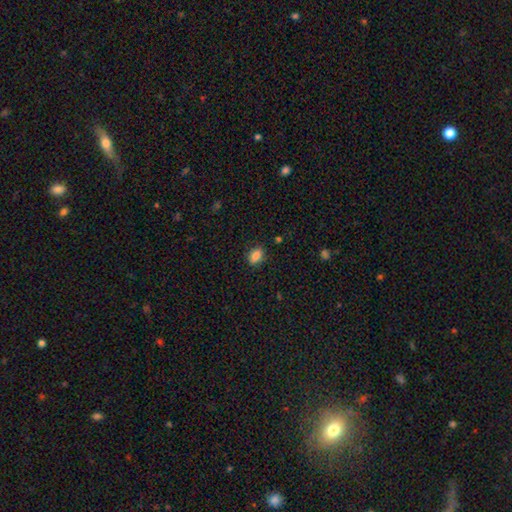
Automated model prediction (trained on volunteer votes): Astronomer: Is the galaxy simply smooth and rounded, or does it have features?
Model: smooth — 83%.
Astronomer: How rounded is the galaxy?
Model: in between — 81%.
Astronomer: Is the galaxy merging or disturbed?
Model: none — 85%.